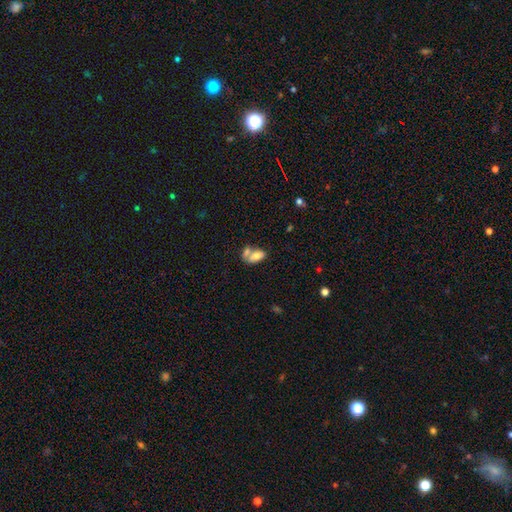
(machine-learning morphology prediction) The model was most divided on "merging": merger: 52%, none: 29%, minor disturbance: 12%, major disturbance: 6%. More confident: how rounded — in between (90%); smooth or featured — smooth (74%).